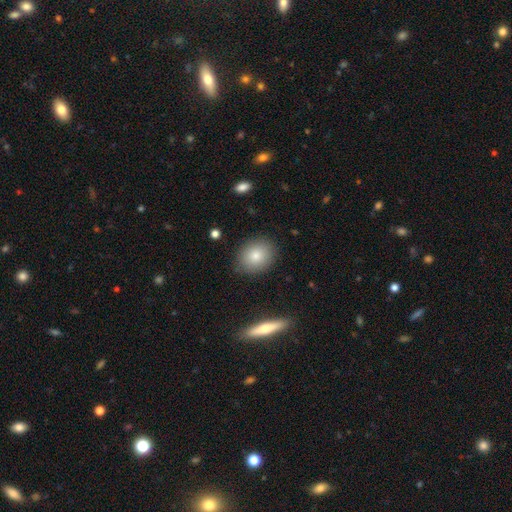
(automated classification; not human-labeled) A smooth galaxy with no disk features (81%) that is round (57%). Merging: none (86%).